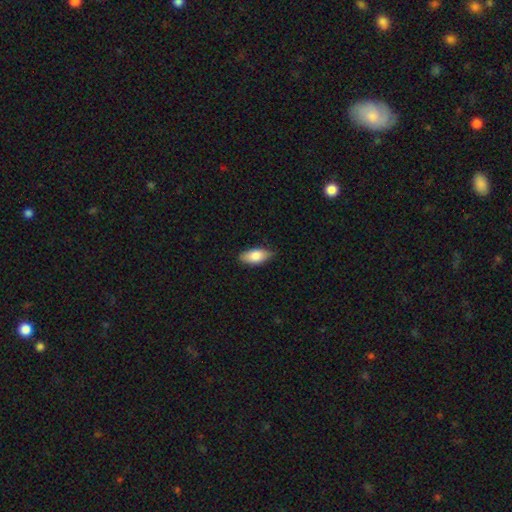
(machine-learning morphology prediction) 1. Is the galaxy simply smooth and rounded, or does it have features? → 80% smooth, 14% featured or disk, 6% star or artifact.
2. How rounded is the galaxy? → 89% in between, 9% cigar-shaped, 3% round.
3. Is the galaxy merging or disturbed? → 83% none, 14% minor disturbance, 2% major disturbance, 1% merger.